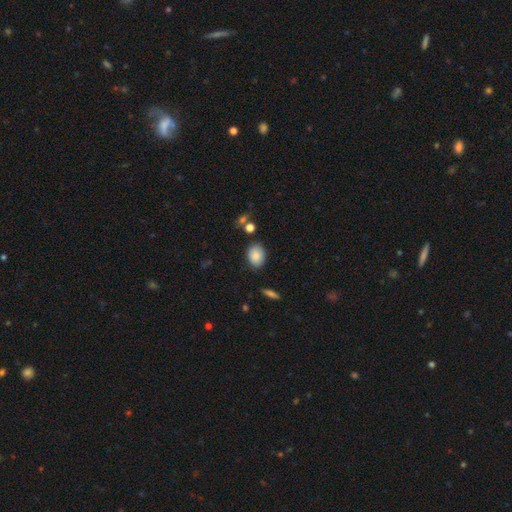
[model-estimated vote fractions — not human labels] A smooth galaxy with no disk features (87%) that is in between round and cigar-shaped (65%). Merging: none (82%).